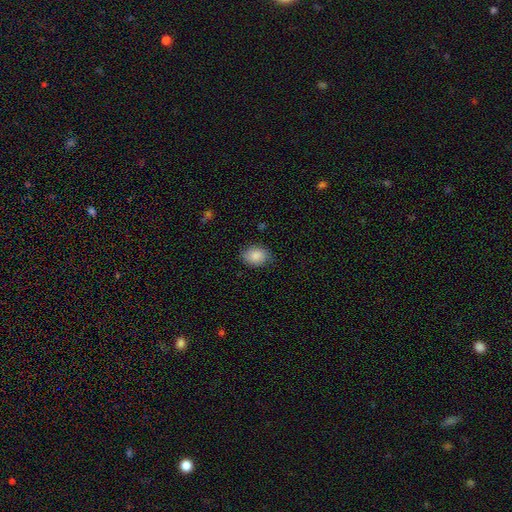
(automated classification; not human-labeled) Morphology: type=smooth (85%); roundness=in between (65%); merging=none (80%).